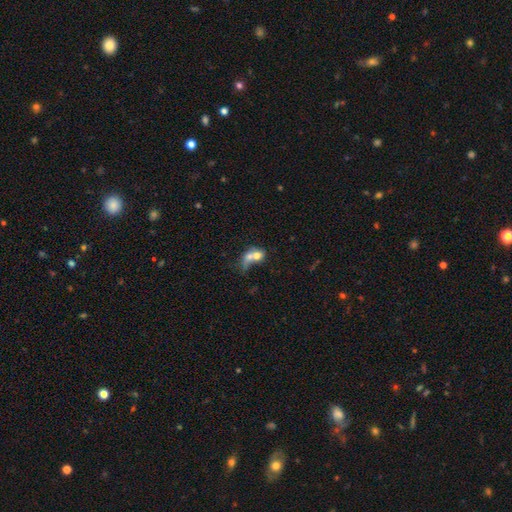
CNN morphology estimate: Smooth or featured?
  - smooth: 63% *
  - featured or disk: 27%
  - star or artifact: 10%
How rounded?
  - in between: 54% *
  - round: 43%
  - cigar-shaped: 4%
Merging?
  - merger: 65% *
  - none: 14%
  - major disturbance: 13%
  - minor disturbance: 8%